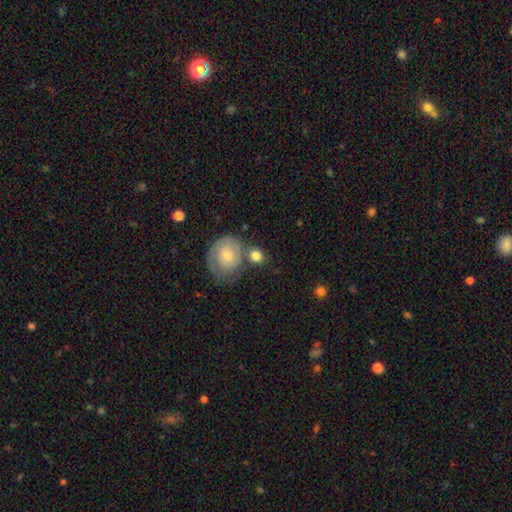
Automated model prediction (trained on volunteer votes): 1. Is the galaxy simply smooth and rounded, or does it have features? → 77% smooth, 16% featured or disk, 7% star or artifact.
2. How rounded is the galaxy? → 74% round, 24% in between, 2% cigar-shaped.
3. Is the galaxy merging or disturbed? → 59% none, 22% merger, 14% minor disturbance, 5% major disturbance.